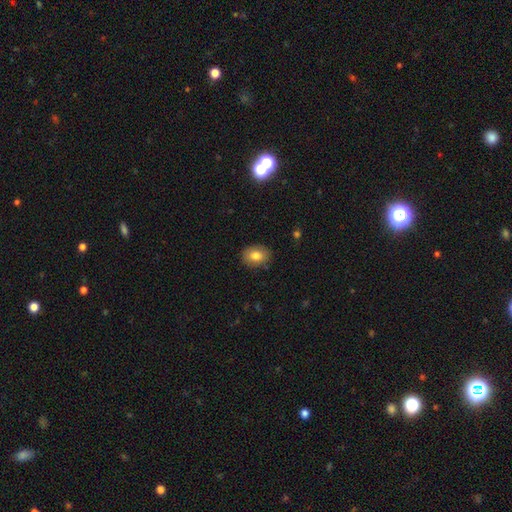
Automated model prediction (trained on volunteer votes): Smooth or featured?
  - smooth: 81% *
  - featured or disk: 11%
  - star or artifact: 9%
How rounded?
  - in between: 65% *
  - round: 34%
  - cigar-shaped: 1%
Merging?
  - none: 86% *
  - minor disturbance: 10%
  - major disturbance: 2%
  - merger: 1%